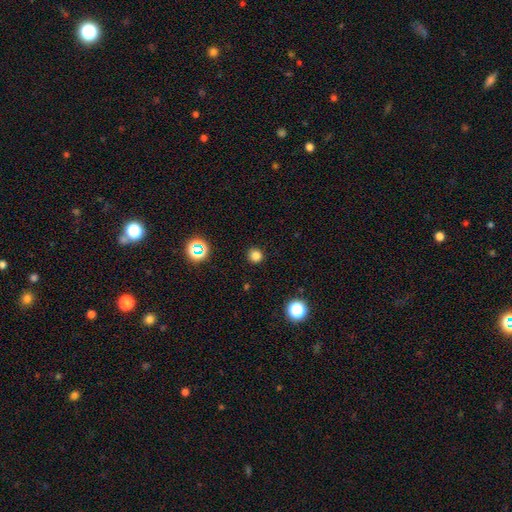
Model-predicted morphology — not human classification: This is clearly a smooth galaxy (80%). How rounded: clearly round (93%). Merging: clearly none (91%).